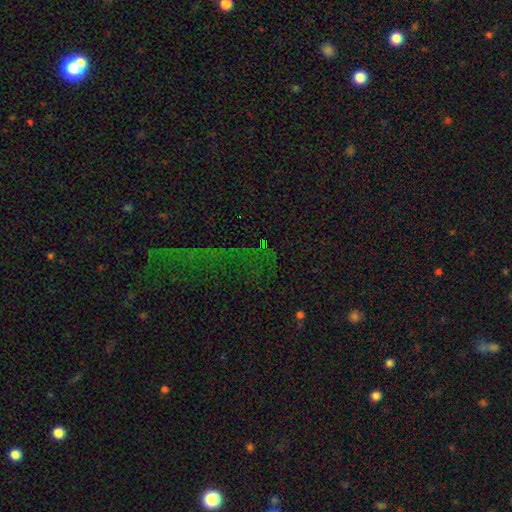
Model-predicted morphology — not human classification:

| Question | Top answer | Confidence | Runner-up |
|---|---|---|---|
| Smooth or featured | star or artifact | 71% | smooth (17%) |